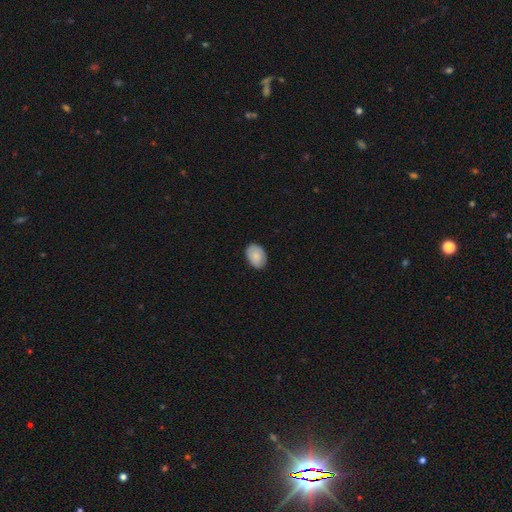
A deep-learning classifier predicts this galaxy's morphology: Overall: smooth (83%). How rounded: in between (80%). Merging: none (86%).